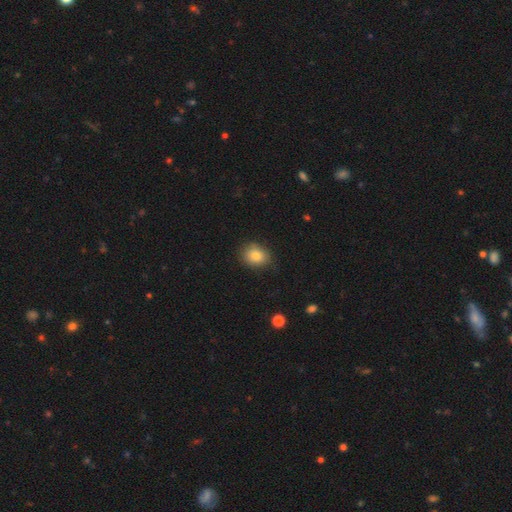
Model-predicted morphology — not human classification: smooth 81%, star or artifact 10%, featured or disk 9%. Down the decision tree: how rounded — round (56%); merging — none (79%).